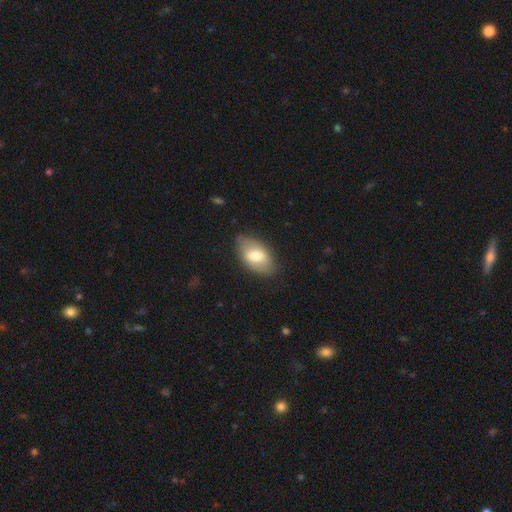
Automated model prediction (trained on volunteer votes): Smooth or featured? smooth (67%)
How rounded? in between (93%)
Merging? none (78%)